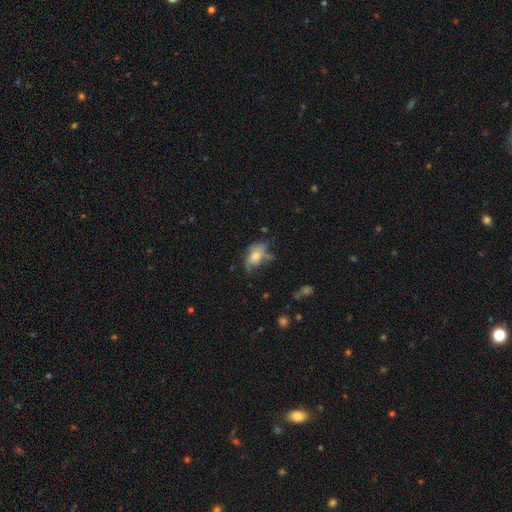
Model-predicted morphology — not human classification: Overall: smooth (51%; featured or disk 39%). How rounded: in between (86%). Merging: none (40%; minor disturbance 30%).